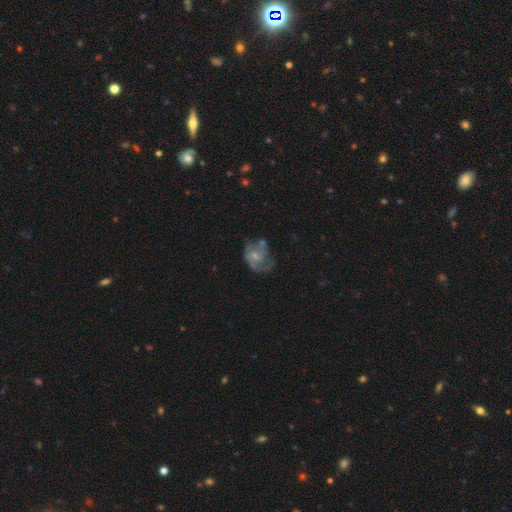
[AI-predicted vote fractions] Morphology: type=featured or disk (64%); edge-on=no (98%); bar=no (64%); spiral arms=yes (70%); bulge=small (50%); merging=none (38%).